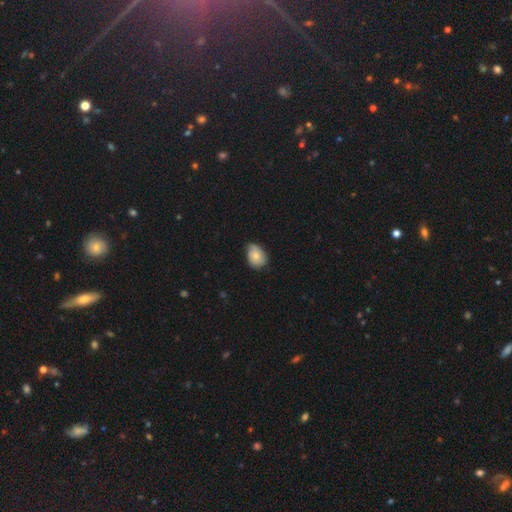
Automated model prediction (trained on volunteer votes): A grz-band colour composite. It shows a smooth galaxy with no disk features (76%) that is in between round and cigar-shaped (72%). Merging: none (57%).